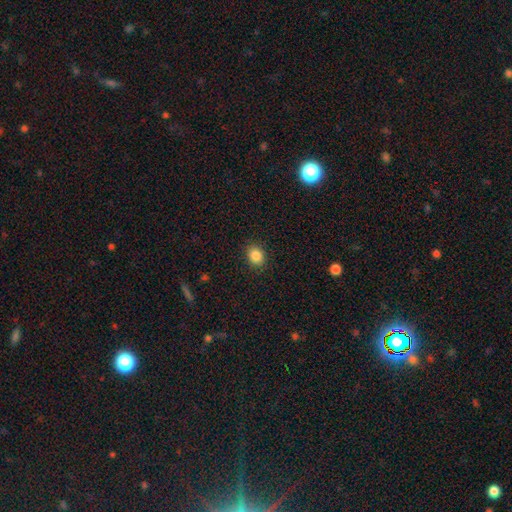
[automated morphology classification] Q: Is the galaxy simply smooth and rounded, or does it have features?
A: smooth — 86%.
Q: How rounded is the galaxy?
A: round — 56%.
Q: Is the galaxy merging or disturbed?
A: none — 88%.